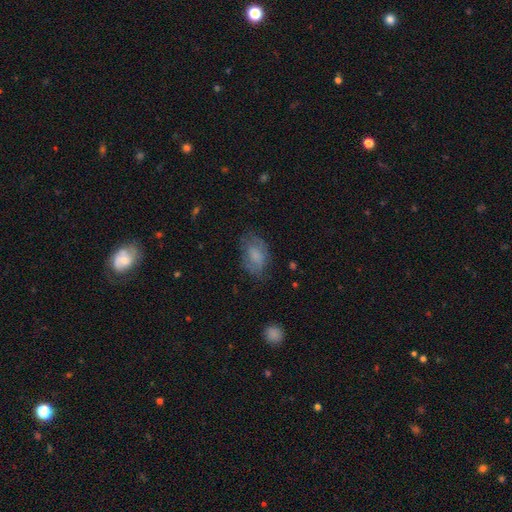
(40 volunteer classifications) Smooth or featured? smooth (68%)
How rounded? in between (93%)
Merging? none (54%)